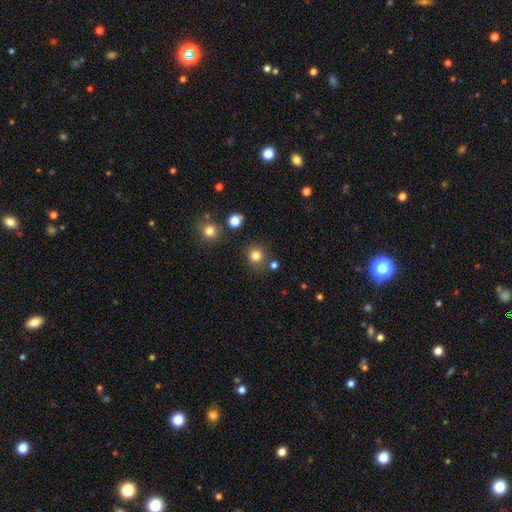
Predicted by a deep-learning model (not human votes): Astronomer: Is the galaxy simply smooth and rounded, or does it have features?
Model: smooth — 81%.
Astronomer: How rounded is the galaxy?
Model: round — 90%.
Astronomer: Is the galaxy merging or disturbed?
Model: none — 83%.